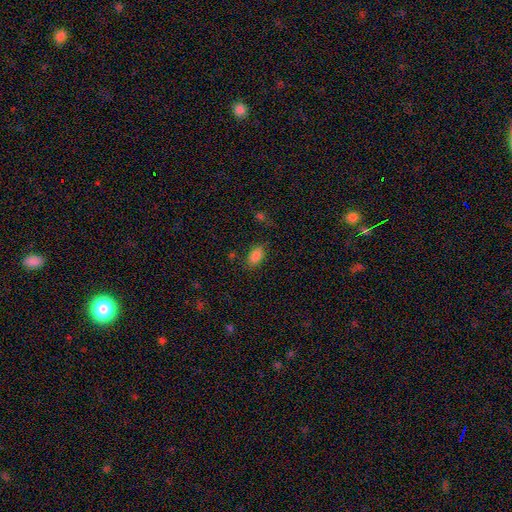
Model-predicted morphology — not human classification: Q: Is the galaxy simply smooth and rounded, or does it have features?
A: smooth — 86%.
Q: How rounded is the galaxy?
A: in between — 92%.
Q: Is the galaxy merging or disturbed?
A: none — 81%.